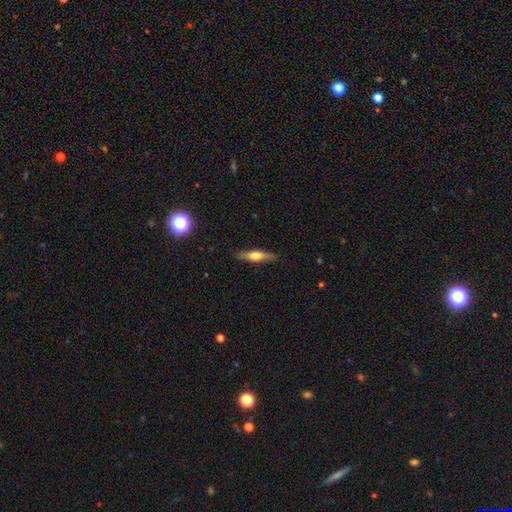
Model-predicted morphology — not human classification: The model was most divided on "smooth or featured": featured or disk: 54%, smooth: 39%, star or artifact: 7%. More confident: edge-on disk — yes (94%); edge-on bulge — rounded (91%); merging — none (88%).